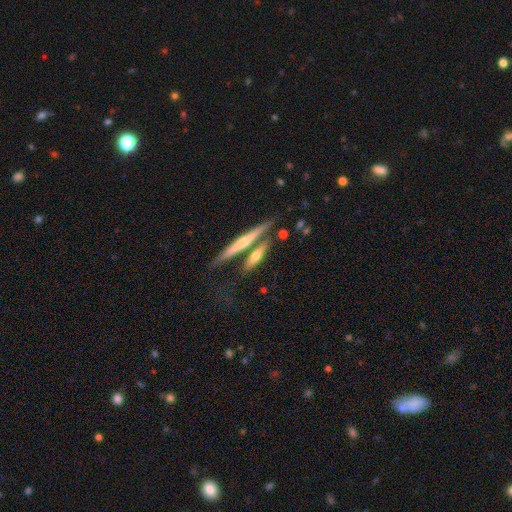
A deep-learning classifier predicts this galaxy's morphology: featured or disk 49%, smooth 44%, star or artifact 7%. Down the decision tree: merging — none (62%).